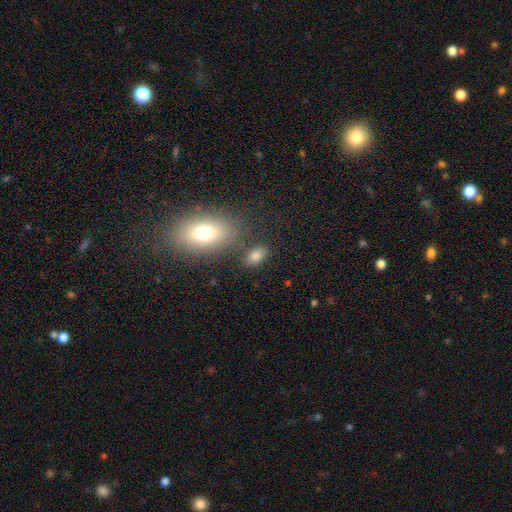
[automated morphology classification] Smooth or featured: smooth — 81% (star or artifact — 11%)
How rounded: in between — 87% (round — 10%)
Merging: none — 76% (minor disturbance — 12%)